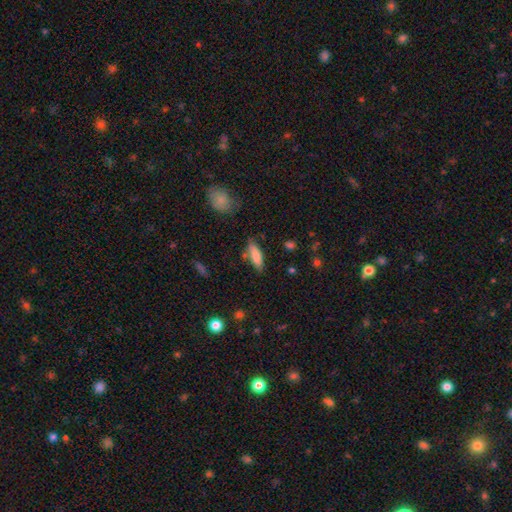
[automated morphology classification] This appears to be a smooth galaxy with no disk features (81%) that is in between round and cigar-shaped (53%). Merging: none (75%).